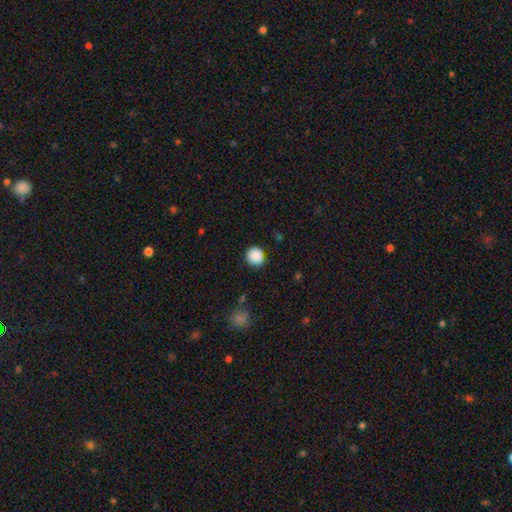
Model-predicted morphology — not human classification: type=smooth (89%); roundness=round (92%); merging=none (87%).